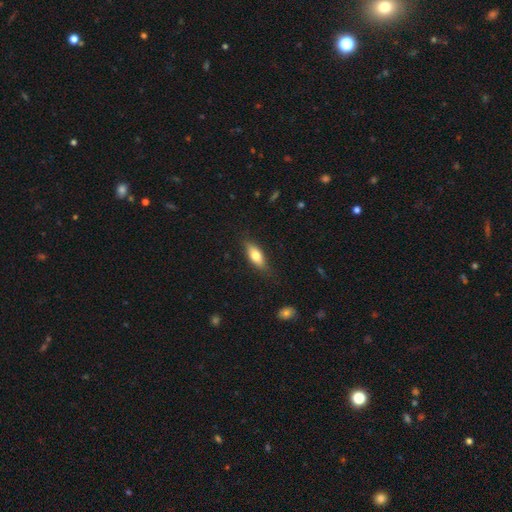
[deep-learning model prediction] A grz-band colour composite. It shows a smooth galaxy with no disk features (72%) that is in between round and cigar-shaped (70%). Merging: none (80%).